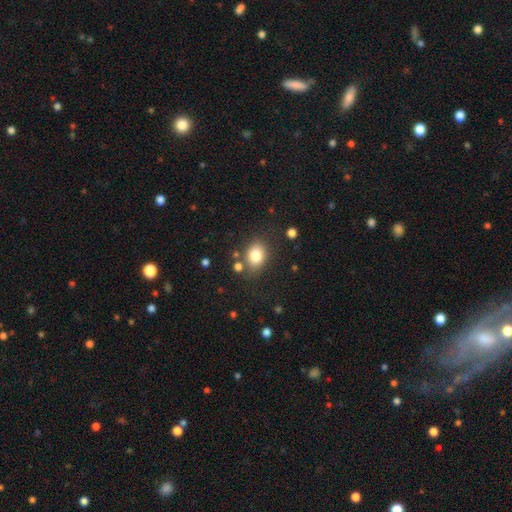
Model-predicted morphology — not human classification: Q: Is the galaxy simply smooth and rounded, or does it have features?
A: smooth — 81%.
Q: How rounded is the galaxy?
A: in between — 55%.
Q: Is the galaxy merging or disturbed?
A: none — 77%.